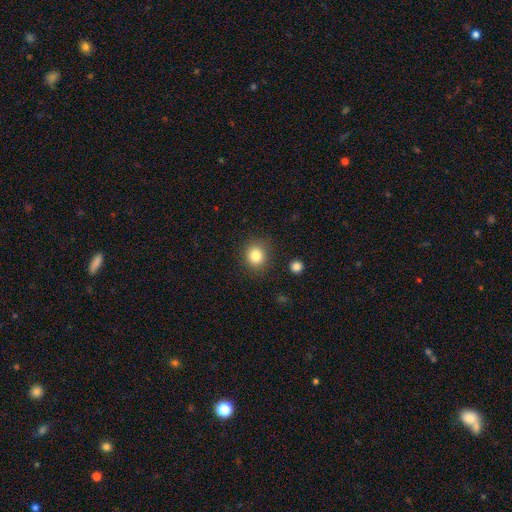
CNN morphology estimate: Smooth or featured? smooth (83%)
How rounded? round (85%)
Merging? none (88%)